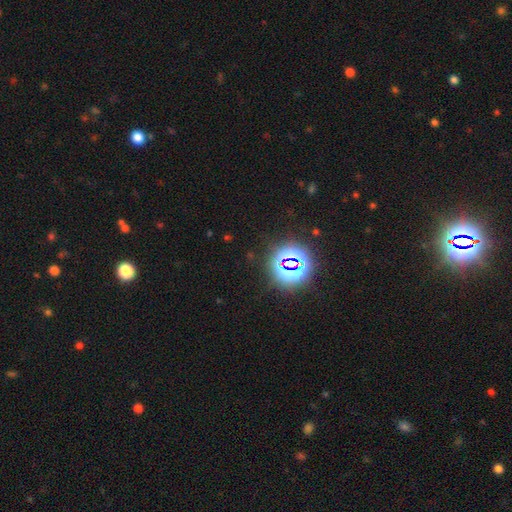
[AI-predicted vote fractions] Smooth or featured: star or artifact — 80% (smooth — 13%)